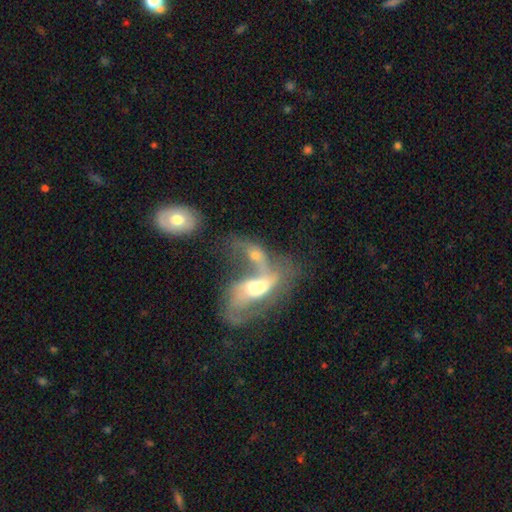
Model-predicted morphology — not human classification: Smooth or featured?
  - featured or disk: 67% *
  - smooth: 23%
  - star or artifact: 10%
Edge-on disk?
  - no: 84% *
  - yes: 16%
Bar?
  - no: 42% *
  - weak: 38%
  - strong: 20%
Spiral arms?
  - yes: 72% *
  - no: 28%
Bulge size?
  - moderate: 64% *
  - small: 19%
  - large: 12%
  - none: 3%
  - dominant: 2%
Merging?
  - merger: 57% *
  - none: 23%
  - major disturbance: 10%
  - minor disturbance: 10%